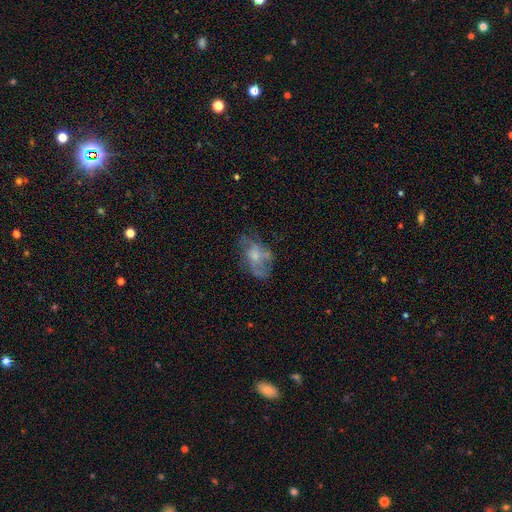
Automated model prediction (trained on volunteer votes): Overall: featured or disk (56%; smooth 33%). Edge-on disk: no (96%). Bar: no (80%). Spiral arms: yes (52%; no 48%). Bulge size: small (46%; moderate 33%). Merging: none (48%; major disturbance 26%).